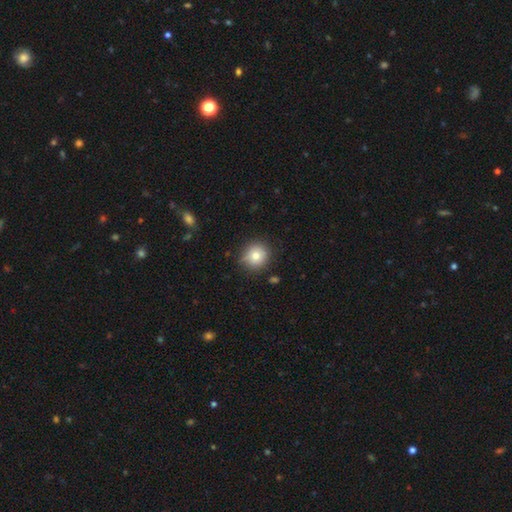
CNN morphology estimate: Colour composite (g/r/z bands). It shows a smooth galaxy with no disk features (79%) that is round (91%). Merging: none (81%).